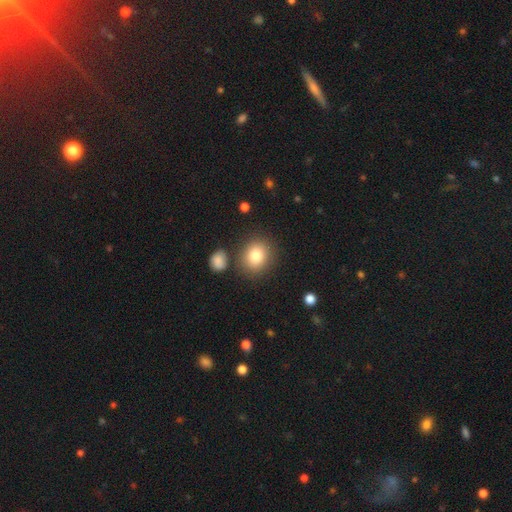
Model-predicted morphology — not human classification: smooth_or_featured: smooth (p=0.82) [alt: star or artifact p=0.10]
how_rounded: round (p=0.75) [alt: in between p=0.24]
merging: none (p=0.80) [alt: minor disturbance p=0.10]